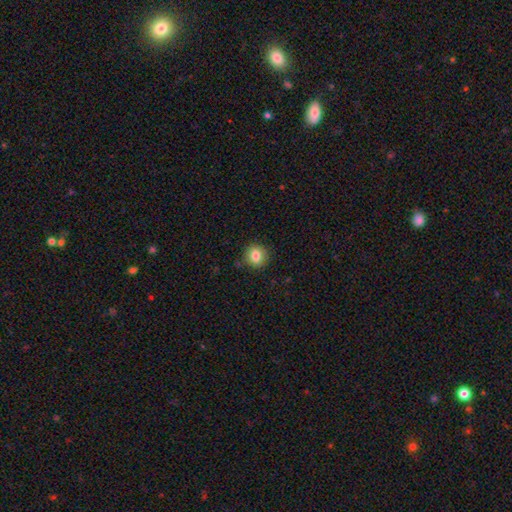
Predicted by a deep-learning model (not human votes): Smooth or featured? smooth (83%)
How rounded? round (84%)
Merging? none (87%)